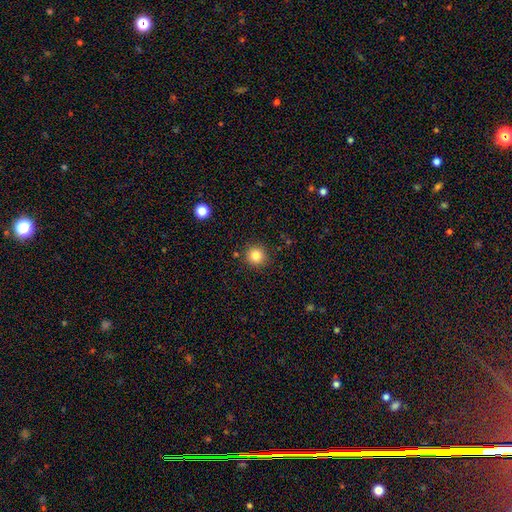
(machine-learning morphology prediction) Q: Smooth or featured?
A: smooth (83%); runner-up: star or artifact (11%)
Q: How rounded?
A: round (94%); runner-up: in between (5%)
Q: Merging?
A: none (89%); runner-up: minor disturbance (7%)